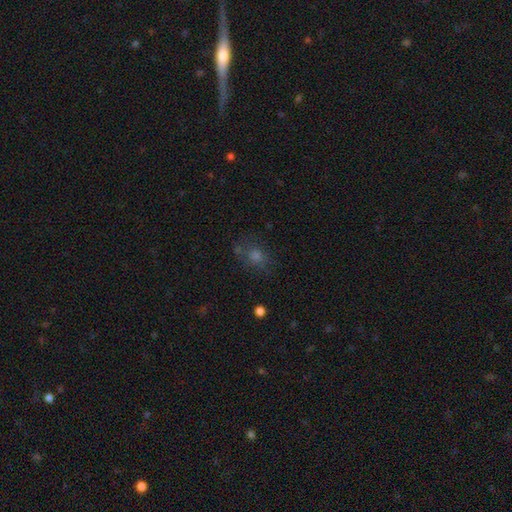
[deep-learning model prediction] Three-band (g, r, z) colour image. It shows a smooth galaxy with no disk features (59%) that is round (58%). Merging: none (71%).